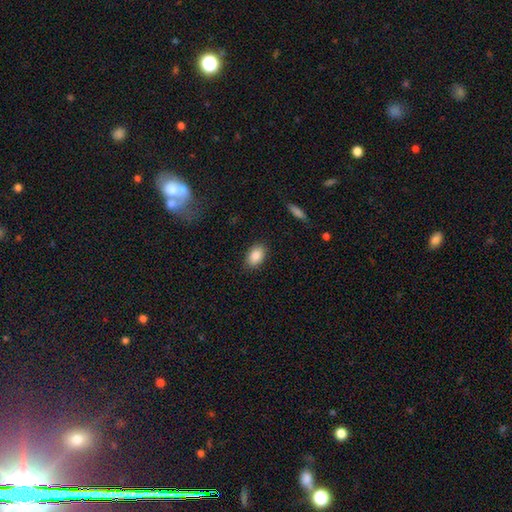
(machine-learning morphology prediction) A smooth galaxy with no disk features (88%) that is in between round and cigar-shaped (88%).

Vote fractions:
- Smooth or featured? smooth: 88% / star or artifact: 7% / featured or disk: 5%
- How rounded? in between: 88% / round: 11% / cigar-shaped: 1%
- Merging? none: 85% / minor disturbance: 11% / major disturbance: 3% / merger: 1%